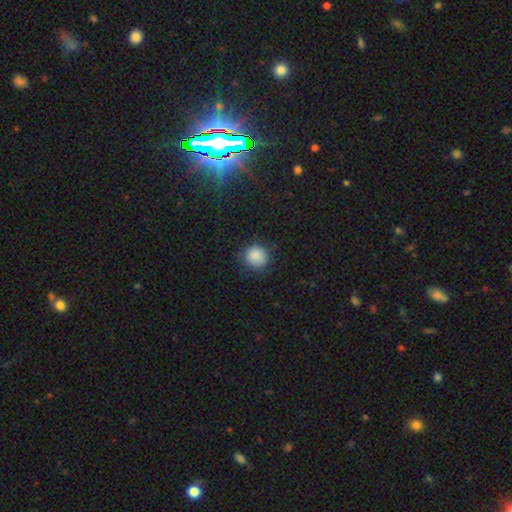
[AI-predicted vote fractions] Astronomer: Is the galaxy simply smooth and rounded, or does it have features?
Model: smooth — 86%.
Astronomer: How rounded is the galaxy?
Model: round — 88%.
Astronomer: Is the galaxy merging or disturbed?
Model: none — 82%.